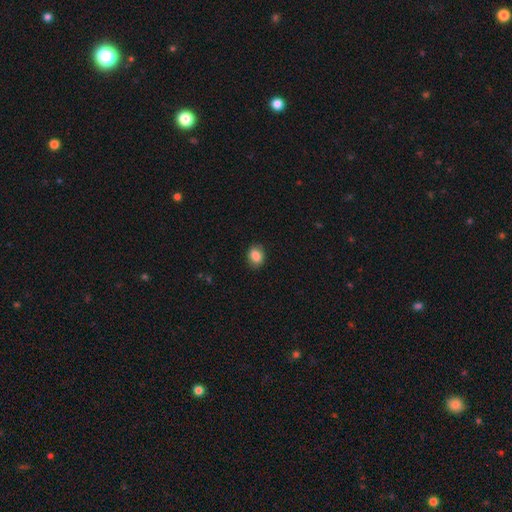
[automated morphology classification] This is clearly a smooth galaxy (87%). How rounded: possibly in between (55%). Merging: clearly none (83%).